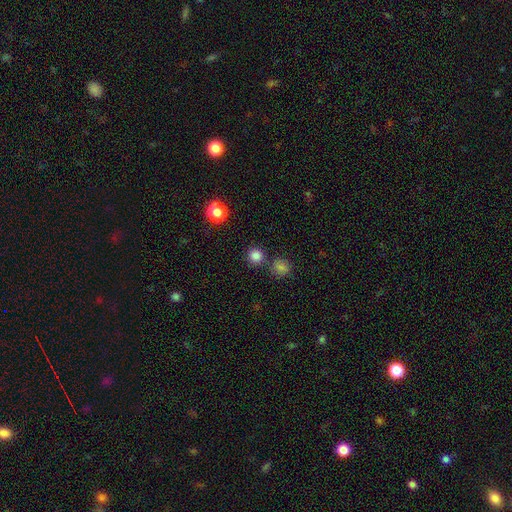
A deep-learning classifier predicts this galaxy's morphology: Smooth or featured?
  - smooth: 81% *
  - star or artifact: 15%
  - featured or disk: 4%
How rounded?
  - round: 93% *
  - in between: 6%
  - cigar-shaped: 1%
Merging?
  - none: 76% *
  - merger: 13%
  - minor disturbance: 8%
  - major disturbance: 3%